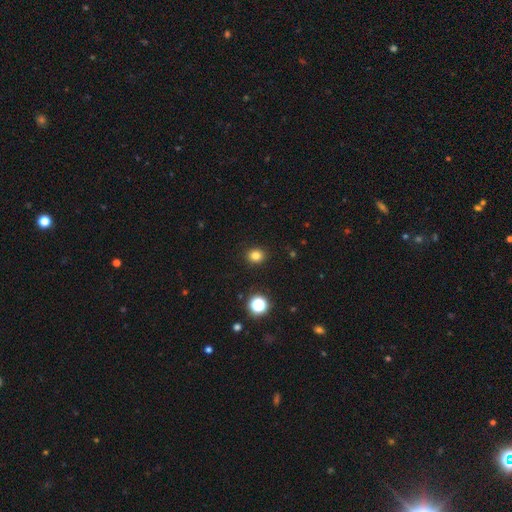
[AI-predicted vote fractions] This appears to be a smooth galaxy with no disk features (81%) that is round (71%). Merging: none (91%).